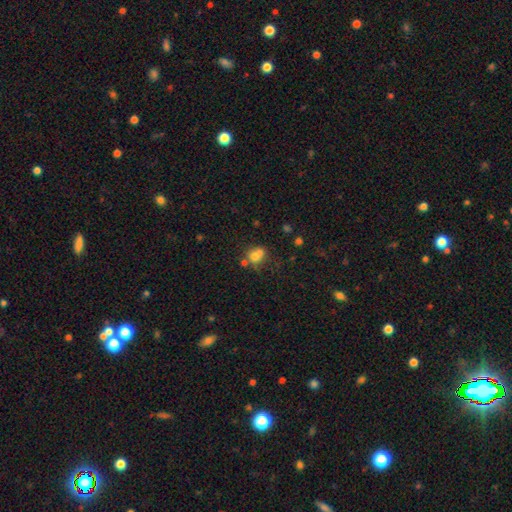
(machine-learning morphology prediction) This is likely a smooth galaxy (69%). How rounded: possibly round (58%). Merging: marginally merger (43%).